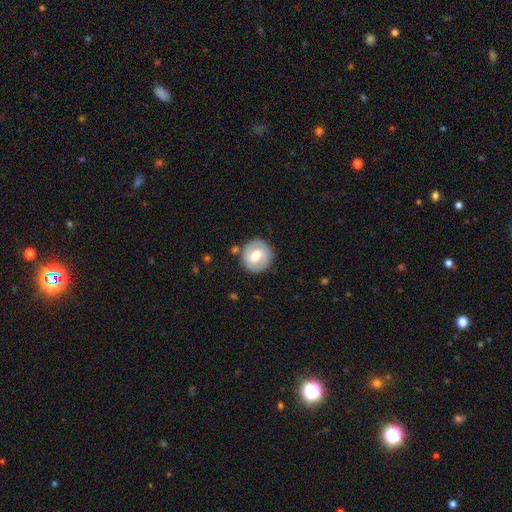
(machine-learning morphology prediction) Overall: featured or disk (50%; smooth 44%). Edge-on disk: no (96%). Merging: none (83%).